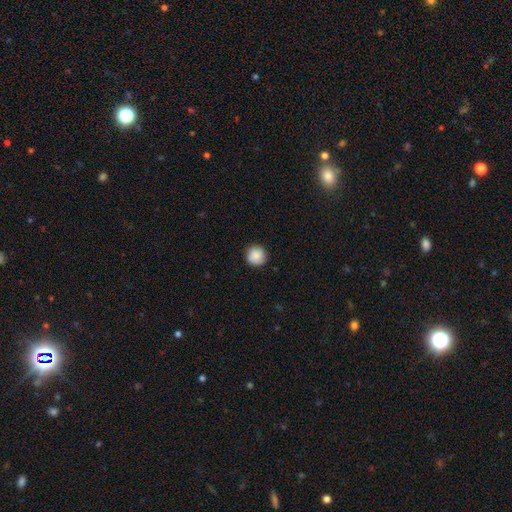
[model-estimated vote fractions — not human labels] The model was most divided on "smooth or featured": smooth: 88%, star or artifact: 8%, featured or disk: 4%. More confident: how rounded — round (95%); merging — none (89%).